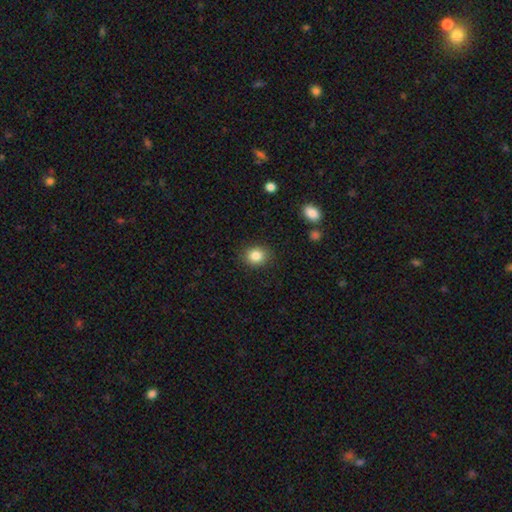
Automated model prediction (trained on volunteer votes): Smooth or featured? Predicted: smooth (p=0.85). How rounded? Predicted: round (p=0.68). Merging? Predicted: none (p=0.88).